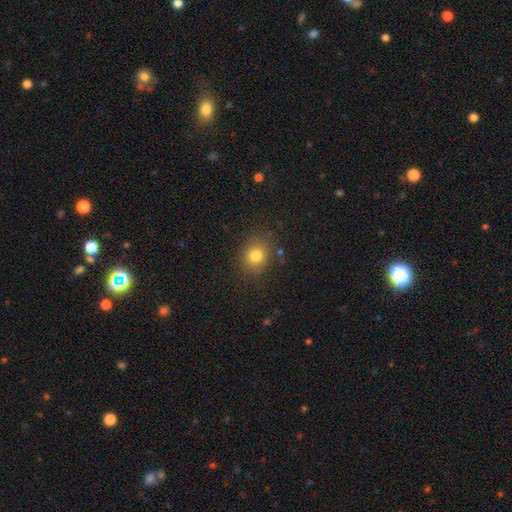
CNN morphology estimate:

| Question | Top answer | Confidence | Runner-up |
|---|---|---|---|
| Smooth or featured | smooth | 79% | star or artifact (13%) |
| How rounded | round | 74% | in between (25%) |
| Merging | none | 83% | minor disturbance (11%) |